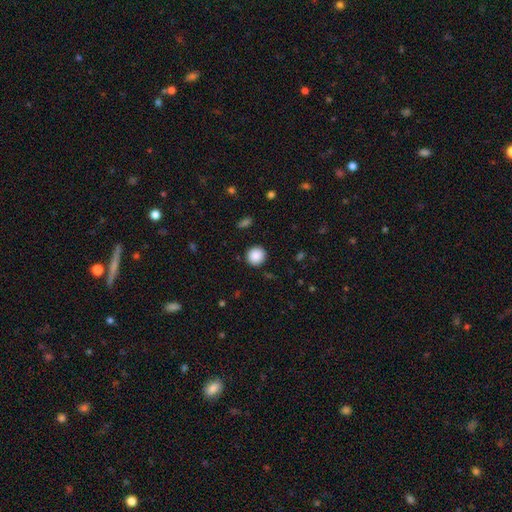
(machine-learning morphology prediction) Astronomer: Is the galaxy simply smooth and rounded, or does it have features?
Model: smooth — 89%.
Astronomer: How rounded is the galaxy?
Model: round — 93%.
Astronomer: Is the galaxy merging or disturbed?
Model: none — 91%.